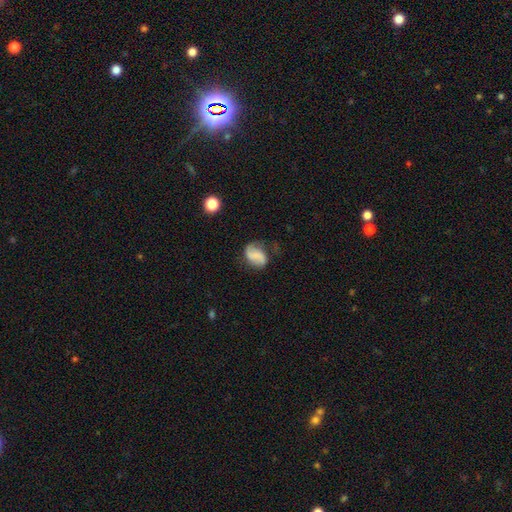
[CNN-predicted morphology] The model was most divided on "smooth or featured": featured or disk: 48%, smooth: 42%, star or artifact: 10%. More confident: merging — none (58%).